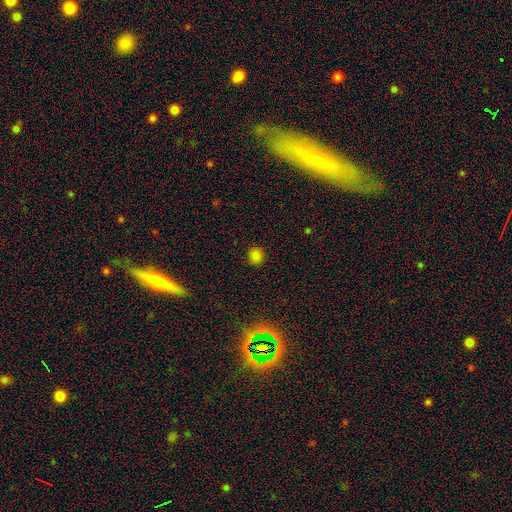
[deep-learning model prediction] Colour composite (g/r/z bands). It shows a smooth galaxy with no disk features (82%) that is round (87%). Merging: none (91%).